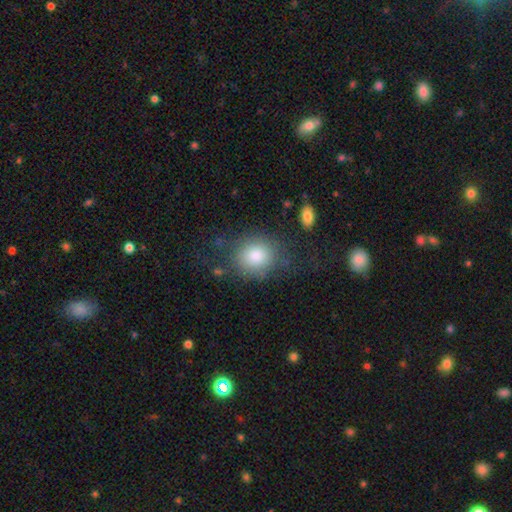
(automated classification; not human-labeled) Smooth or featured? smooth (81%)
How rounded? round (71%)
Merging? none (67%)